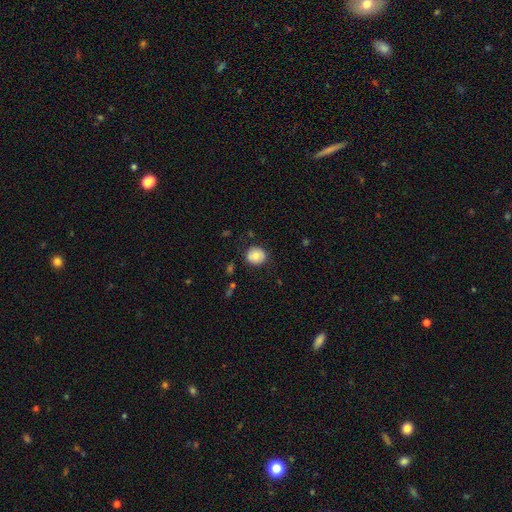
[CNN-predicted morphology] smooth 77%, featured or disk 14%, star or artifact 8%. Down the decision tree: how rounded — round (85%); merging — none (84%).